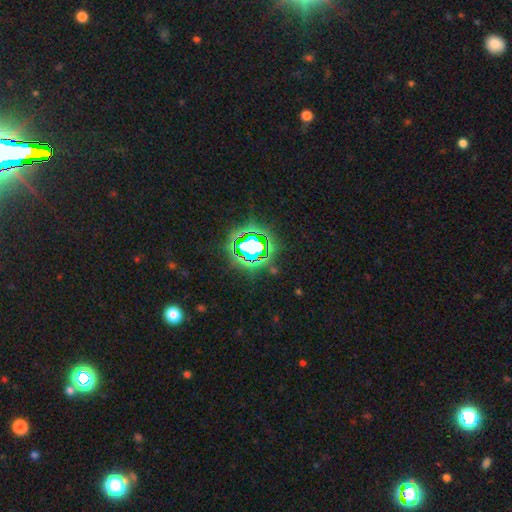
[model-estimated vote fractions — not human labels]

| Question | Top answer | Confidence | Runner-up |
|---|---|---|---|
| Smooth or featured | star or artifact | 82% | smooth (11%) |